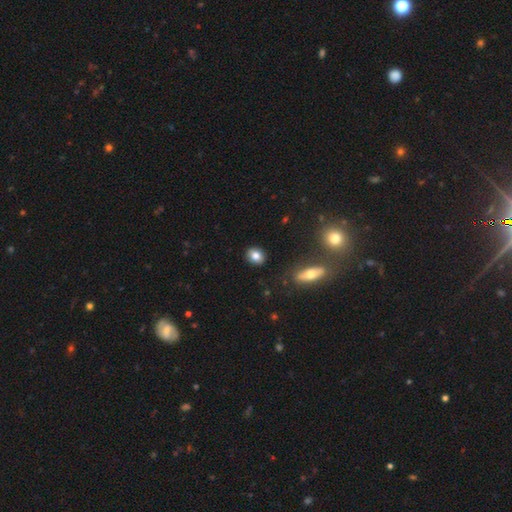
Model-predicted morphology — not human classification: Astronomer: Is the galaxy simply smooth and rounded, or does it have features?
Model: smooth — 81%.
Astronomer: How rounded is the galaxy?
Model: round — 50% (runner-up: in between, 48%).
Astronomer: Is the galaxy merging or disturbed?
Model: none — 89%.